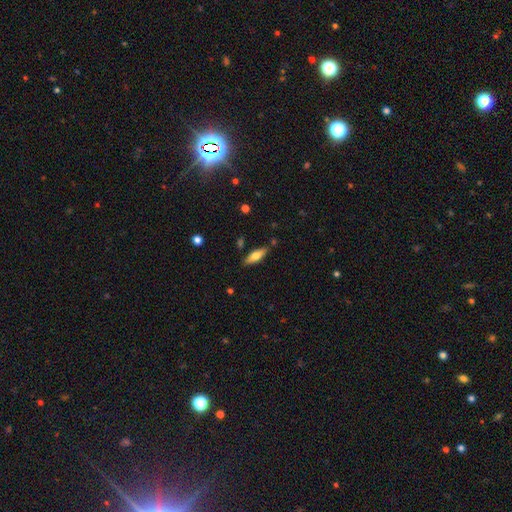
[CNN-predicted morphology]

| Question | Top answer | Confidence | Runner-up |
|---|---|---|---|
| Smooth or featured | smooth | 65% | featured or disk (29%) |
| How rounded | in between | 56% | cigar-shaped (42%) |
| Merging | none | 83% | minor disturbance (12%) |